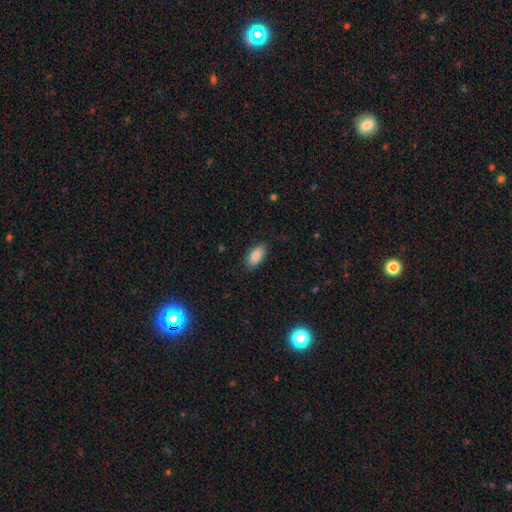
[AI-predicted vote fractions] Morphology: type=smooth (88%); roundness=in between (91%); merging=none (87%).